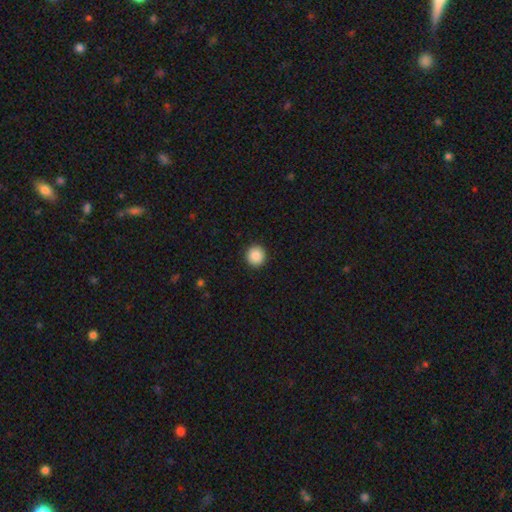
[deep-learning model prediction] Smooth or featured: smooth — 88% (star or artifact — 8%)
How rounded: round — 94% (in between — 5%)
Merging: none — 93% (minor disturbance — 4%)